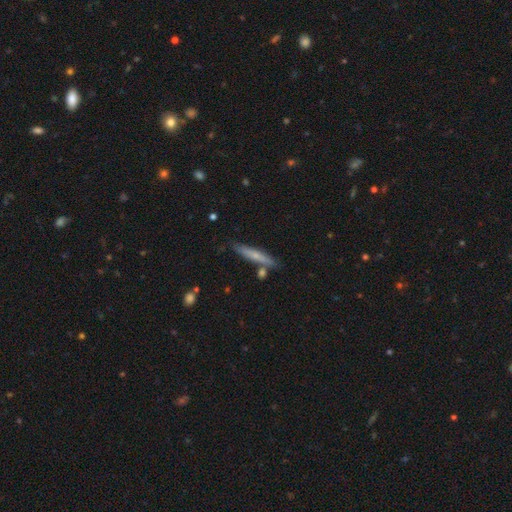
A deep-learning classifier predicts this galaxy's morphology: Smooth or featured?
  - smooth: 57% *
  - featured or disk: 37%
  - star or artifact: 7%
How rounded?
  - cigar-shaped: 92% *
  - in between: 7%
  - round: 2%
Merging?
  - none: 79% *
  - minor disturbance: 12%
  - merger: 6%
  - major disturbance: 2%